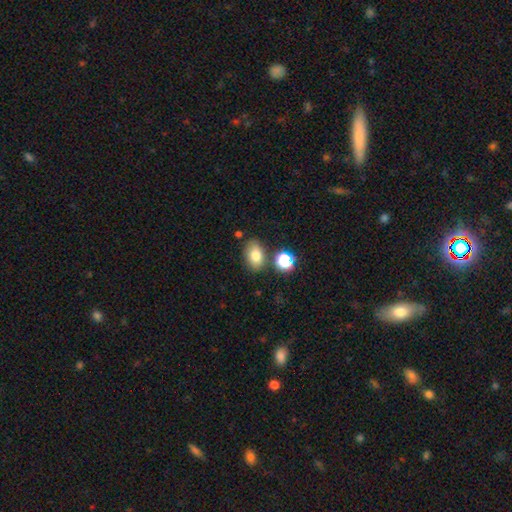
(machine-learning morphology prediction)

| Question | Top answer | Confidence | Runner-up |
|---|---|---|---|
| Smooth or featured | smooth | 79% | star or artifact (11%) |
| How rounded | in between | 83% | round (16%) |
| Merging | none | 75% | minor disturbance (13%) |